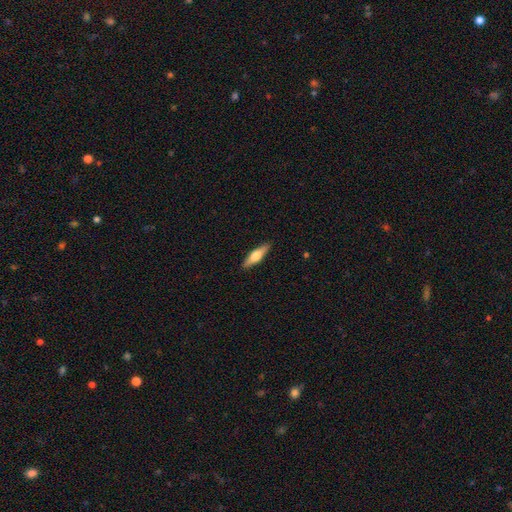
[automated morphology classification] Smooth or featured? Predicted: smooth (p=0.48). Merging? Predicted: none (p=0.89).